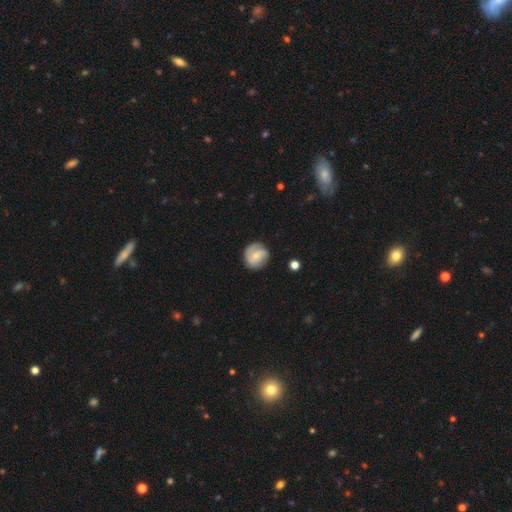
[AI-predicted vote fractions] Smooth or featured: featured or disk — 59% (smooth — 34%)
Edge-on disk: no — 97% (yes — 3%)
Bar: weak — 45% (no — 43%)
Spiral arms: yes — 88% (no — 12%)
Spiral winding: tight — 41% (medium — 40%)
Spiral arm count: 2 — 54% (can't tell — 20%)
Bulge size: small — 60% (moderate — 32%)
Merging: none — 74% (minor disturbance — 18%)